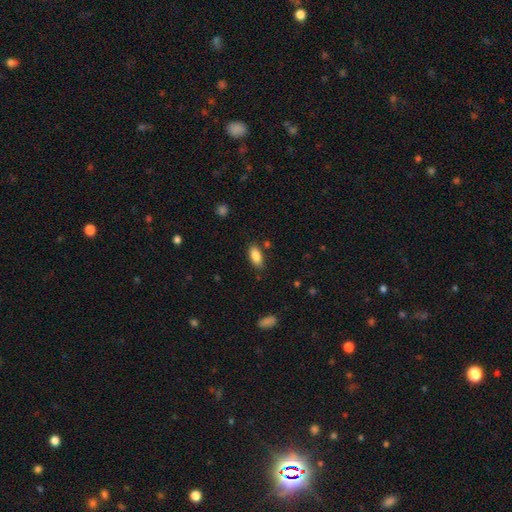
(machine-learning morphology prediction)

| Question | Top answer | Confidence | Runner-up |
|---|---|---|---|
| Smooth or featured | smooth | 86% | star or artifact (7%) |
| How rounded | in between | 88% | cigar-shaped (9%) |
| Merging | none | 82% | minor disturbance (13%) |